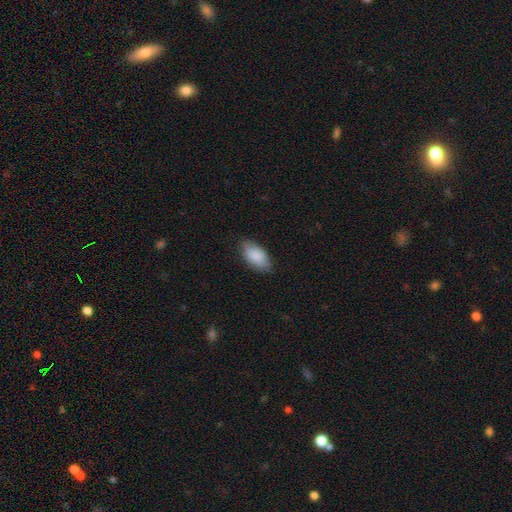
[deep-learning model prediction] Smooth or featured? Predicted: smooth (p=0.88). How rounded? Predicted: in between (p=0.94). Merging? Predicted: none (p=0.81).